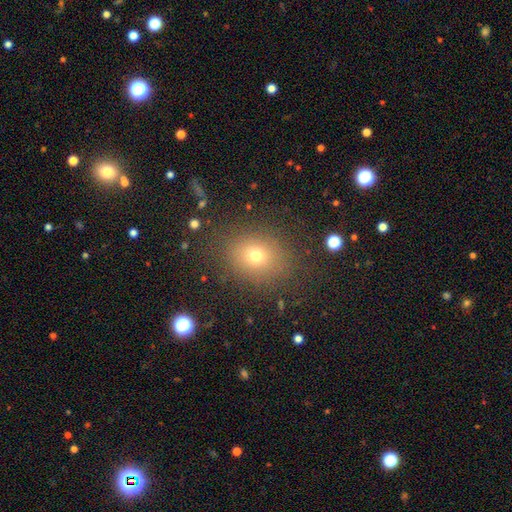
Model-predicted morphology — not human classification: Smooth or featured? Predicted: smooth (p=0.71). How rounded? Predicted: round (p=0.53). Merging? Predicted: none (p=0.83).